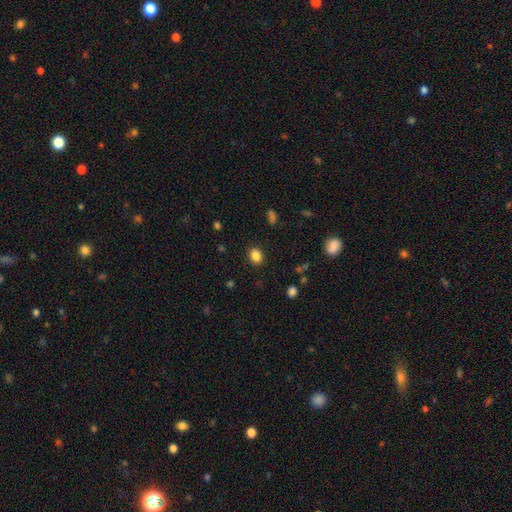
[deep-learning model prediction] A smooth galaxy with no disk features (85%) that is in between round and cigar-shaped (52%). Merging: none (88%).